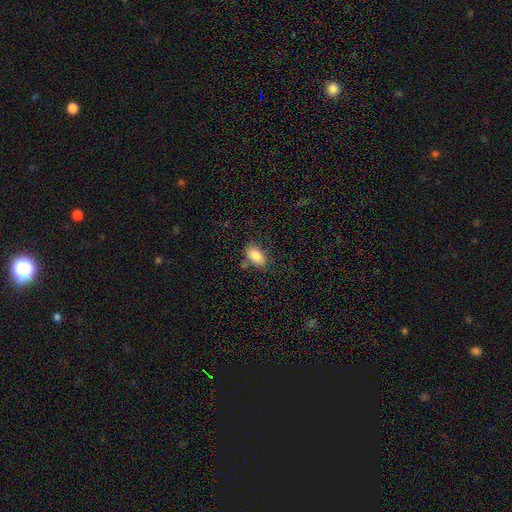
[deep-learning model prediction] Morphology: type=smooth (85%); roundness=in between (92%); merging=none (70%).